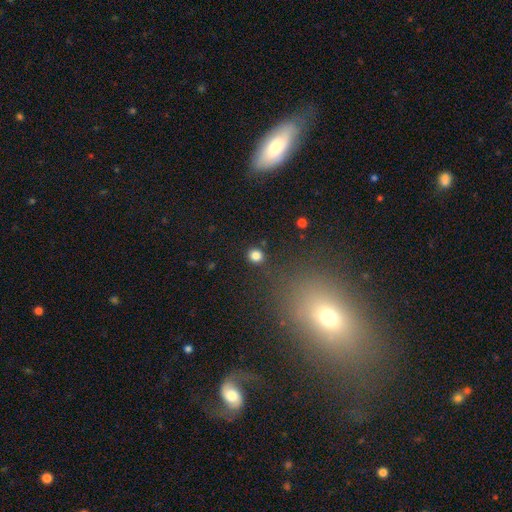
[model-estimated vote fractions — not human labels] Smooth or featured: smooth — 83% (star or artifact — 13%)
How rounded: round — 87% (in between — 12%)
Merging: none — 88% (minor disturbance — 7%)